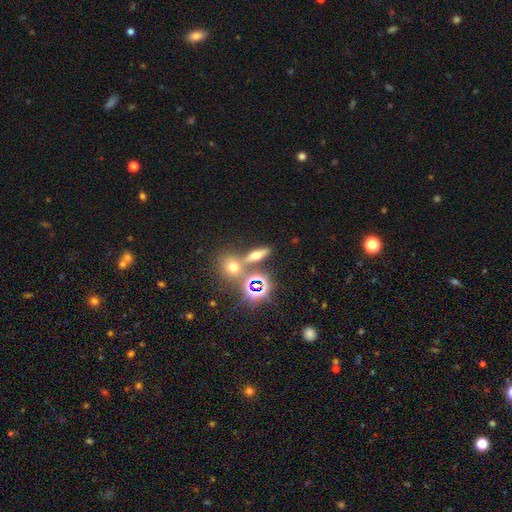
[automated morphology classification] Smooth or featured?
  - smooth: 42% *
  - star or artifact: 29%
  - featured or disk: 29%
Merging?
  - none: 69% *
  - merger: 18%
  - minor disturbance: 9%
  - major disturbance: 4%